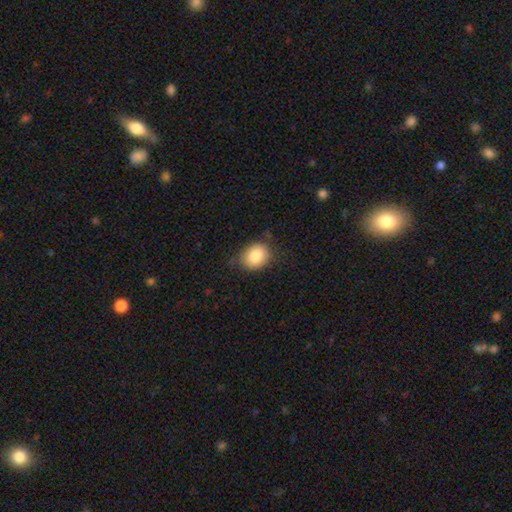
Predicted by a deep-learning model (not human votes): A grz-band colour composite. It shows a smooth galaxy with no disk features (84%) that is round (51%). Merging: none (76%).